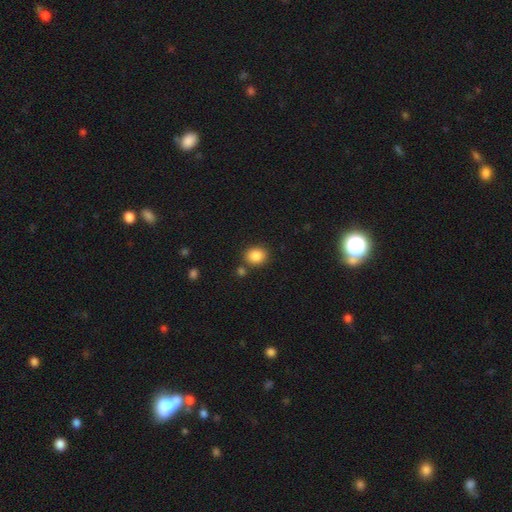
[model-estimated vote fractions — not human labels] smooth_or_featured: smooth (p=0.86) [alt: star or artifact p=0.09]
how_rounded: round (p=0.64) [alt: in between p=0.35]
merging: none (p=0.79) [alt: minor disturbance p=0.10]